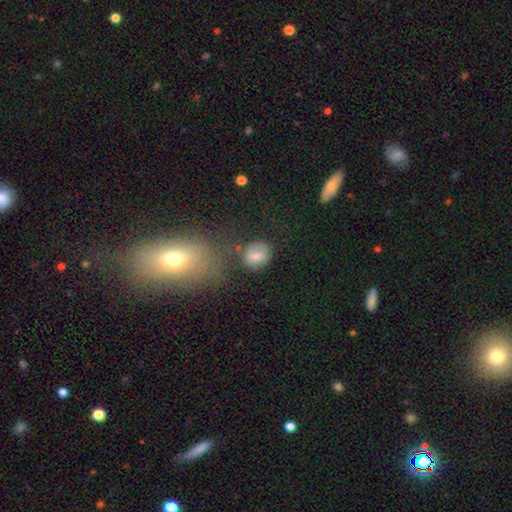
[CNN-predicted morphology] Q: Smooth or featured?
A: smooth (71%); runner-up: featured or disk (19%)
Q: How rounded?
A: round (68%); runner-up: in between (31%)
Q: Merging?
A: none (63%); runner-up: minor disturbance (20%)